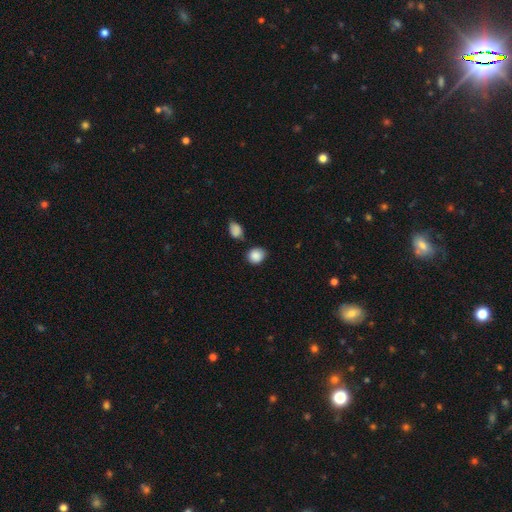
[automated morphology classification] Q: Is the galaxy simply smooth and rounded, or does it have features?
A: smooth — 88%.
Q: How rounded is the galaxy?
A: round — 66%.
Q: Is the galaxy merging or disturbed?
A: none — 73%.